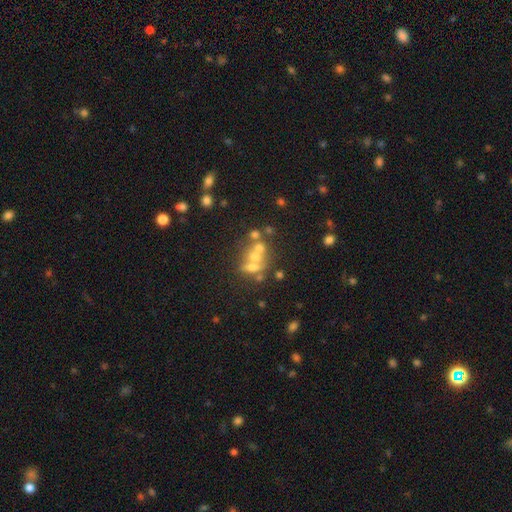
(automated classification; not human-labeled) Smooth or featured? smooth (42%)
Merging? merger (45%)